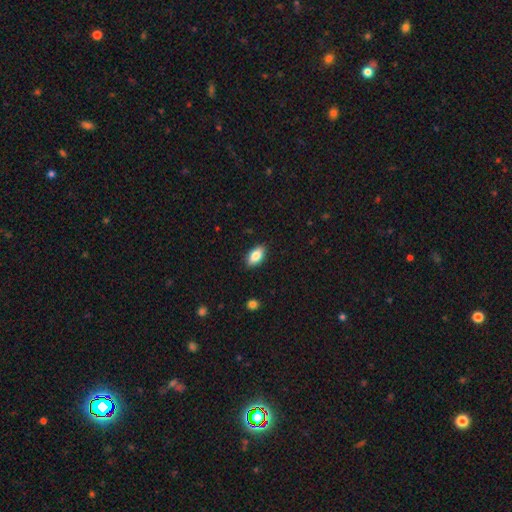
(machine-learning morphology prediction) smooth-or-featured: smooth: 84% | featured or disk: 8% | star or artifact: 7%
  how-rounded: in between: 91% | cigar-shaped: 5% | round: 4%
  merging: none: 87% | minor disturbance: 10% | major disturbance: 2% | merger: 1%